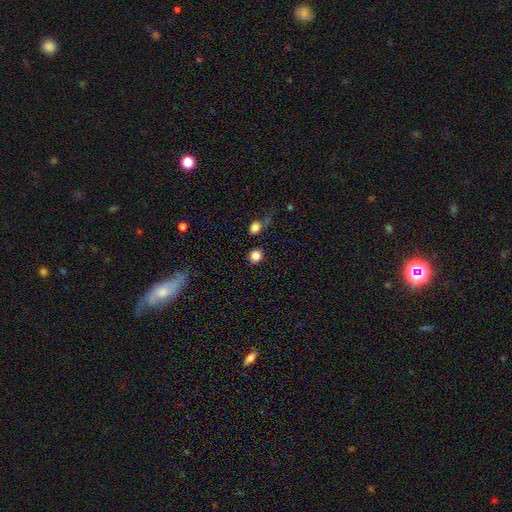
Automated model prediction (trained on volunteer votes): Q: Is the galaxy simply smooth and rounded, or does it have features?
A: smooth — 84%.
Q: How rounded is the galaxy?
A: round — 88%.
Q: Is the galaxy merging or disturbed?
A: none — 85%.